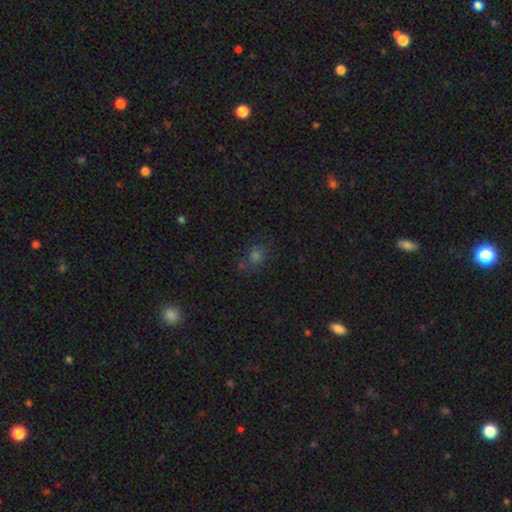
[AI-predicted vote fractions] Smooth or featured: smooth — 55% (star or artifact — 33%)
How rounded: round — 65% (in between — 34%)
Merging: none — 70% (minor disturbance — 16%)